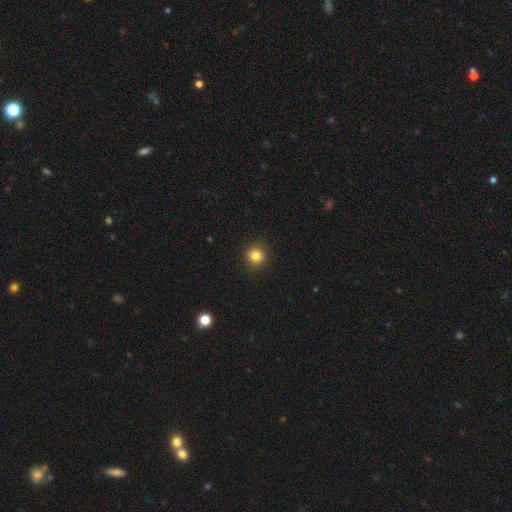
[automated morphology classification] Q: Smooth or featured?
A: smooth (82%); runner-up: star or artifact (12%)
Q: How rounded?
A: round (94%); runner-up: in between (5%)
Q: Merging?
A: none (92%); runner-up: minor disturbance (5%)